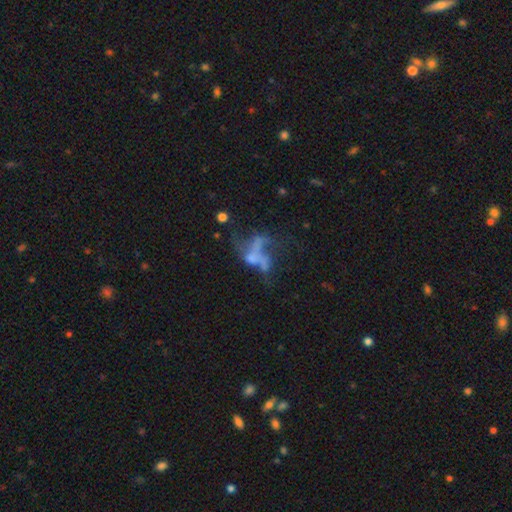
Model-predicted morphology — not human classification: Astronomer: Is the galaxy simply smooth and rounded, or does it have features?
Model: featured or disk — 53%.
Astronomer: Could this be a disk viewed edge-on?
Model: no — 96%.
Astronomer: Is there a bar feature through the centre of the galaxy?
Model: no — 87%.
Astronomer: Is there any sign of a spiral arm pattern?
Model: no — 87%.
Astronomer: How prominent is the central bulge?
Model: none — 73%.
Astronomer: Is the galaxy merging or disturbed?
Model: major disturbance — 41% (runner-up: merger, 24%).